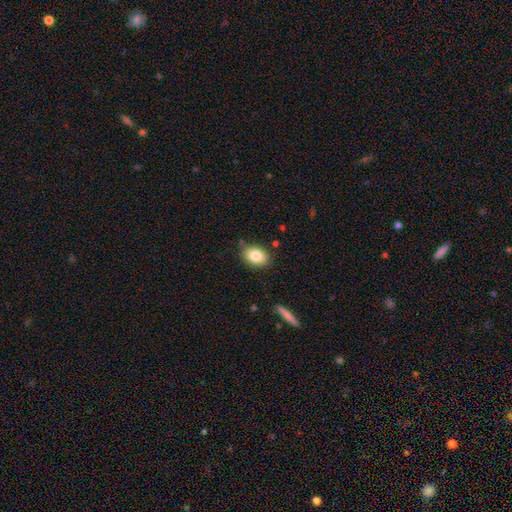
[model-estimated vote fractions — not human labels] This is clearly a smooth galaxy (82%). How rounded: likely in between (80%). Merging: clearly none (81%).